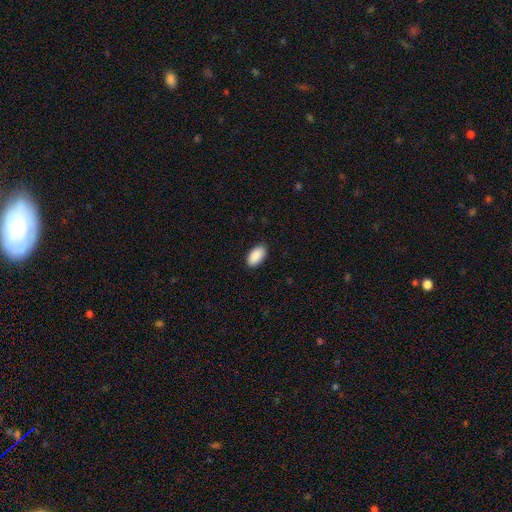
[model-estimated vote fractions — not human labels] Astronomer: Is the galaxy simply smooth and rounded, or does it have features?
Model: smooth — 91%.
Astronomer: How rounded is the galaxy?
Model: in between — 95%.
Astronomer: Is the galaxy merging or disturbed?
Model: none — 89%.